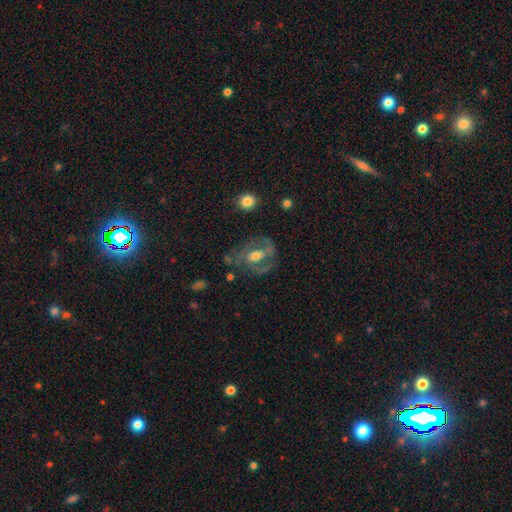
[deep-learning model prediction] Overall: featured or disk (76%). Edge-on disk: no (95%). Bar: weak (43%; no 34%). Spiral arms: yes (84%). Spiral arm count: 2 (59%). Spiral winding: medium (49%; tight 32%). Bulge size: moderate (65%). Merging: none (62%).